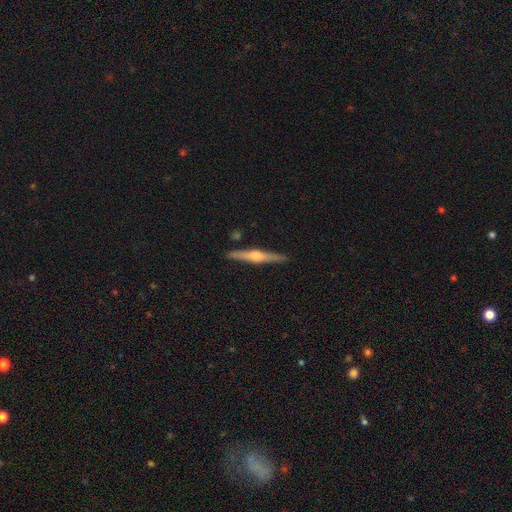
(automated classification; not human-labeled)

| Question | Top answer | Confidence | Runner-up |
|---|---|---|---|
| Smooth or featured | featured or disk | 73% | smooth (22%) |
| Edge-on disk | yes | 98% | no (2%) |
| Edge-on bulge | rounded | 92% | boxy (4%) |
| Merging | none | 90% | minor disturbance (7%) |